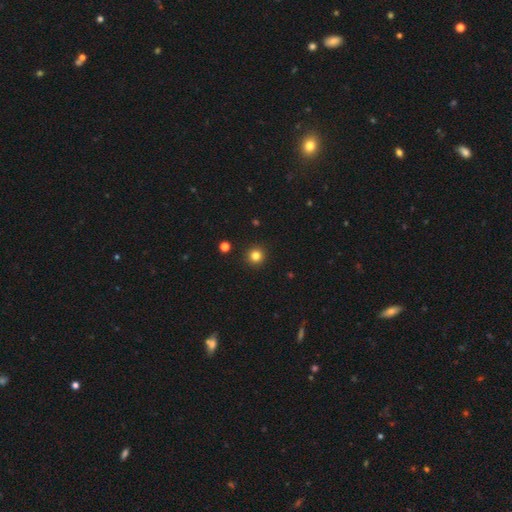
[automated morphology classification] A smooth galaxy with no disk features (82%) that is round (95%). Merging: none (93%).